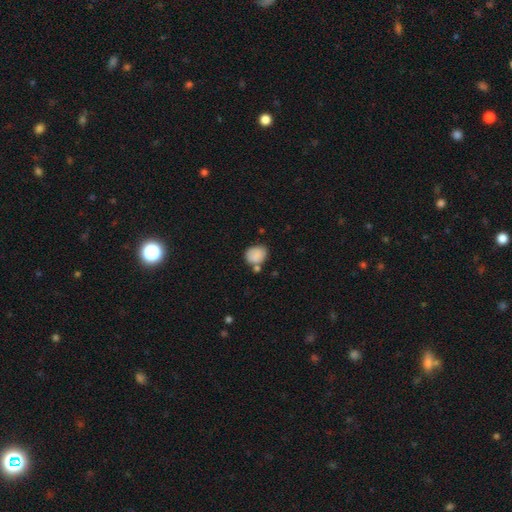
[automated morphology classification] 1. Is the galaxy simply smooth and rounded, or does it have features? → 85% smooth, 8% star or artifact, 7% featured or disk.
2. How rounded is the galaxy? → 51% round, 48% in between, 1% cigar-shaped.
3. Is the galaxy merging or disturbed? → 57% none, 19% minor disturbance, 18% merger, 6% major disturbance.